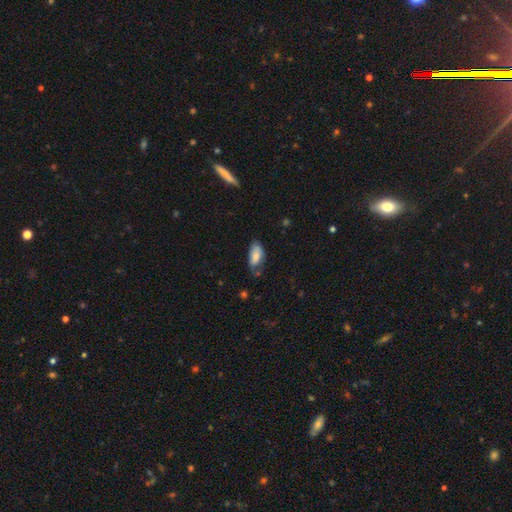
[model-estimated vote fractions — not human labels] The model was most divided on "merging": none: 52%, minor disturbance: 36%, major disturbance: 9%, merger: 3%. More confident: how rounded — in between (91%); smooth or featured — smooth (81%).